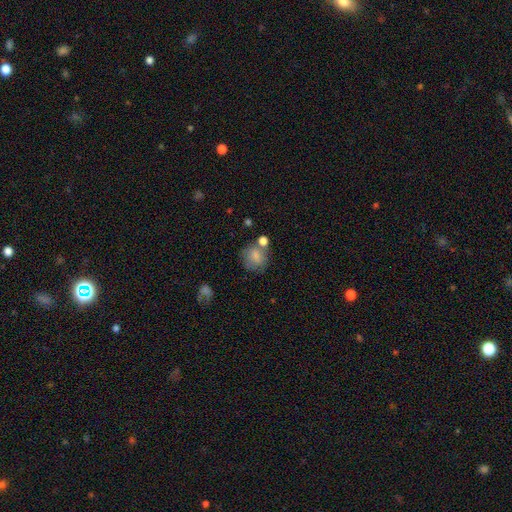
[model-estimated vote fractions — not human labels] smooth_or_featured: smooth (p=0.78) [alt: featured or disk p=0.13]
how_rounded: round (p=0.77) [alt: in between p=0.22]
merging: none (p=0.55) [alt: merger p=0.21]